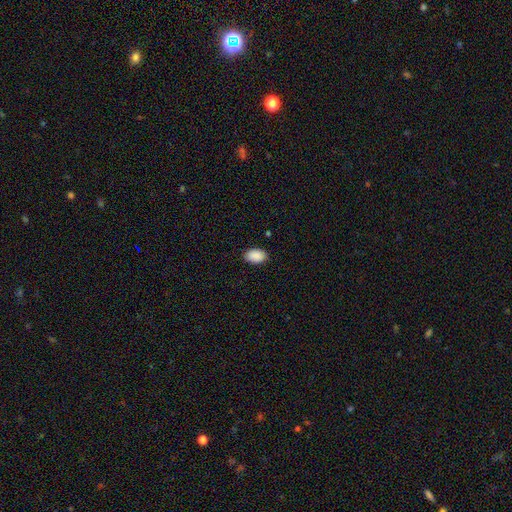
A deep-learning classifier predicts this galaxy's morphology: smooth 90%, star or artifact 7%, featured or disk 3%. Down the decision tree: how rounded — in between (90%); merging — none (87%).